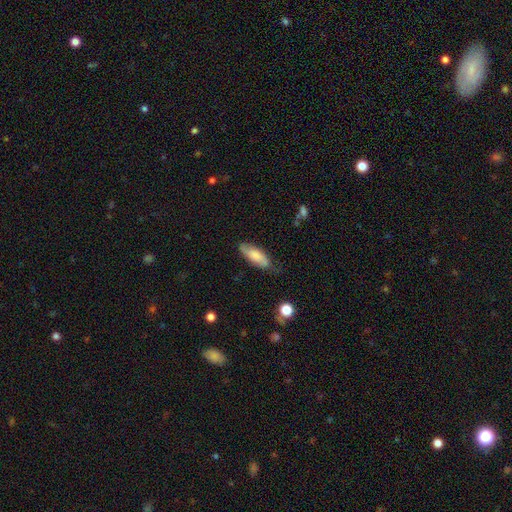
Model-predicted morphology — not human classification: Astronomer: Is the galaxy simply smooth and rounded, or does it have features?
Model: smooth — 68%.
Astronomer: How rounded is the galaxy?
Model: in between — 69%.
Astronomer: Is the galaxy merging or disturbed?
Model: none — 69%.